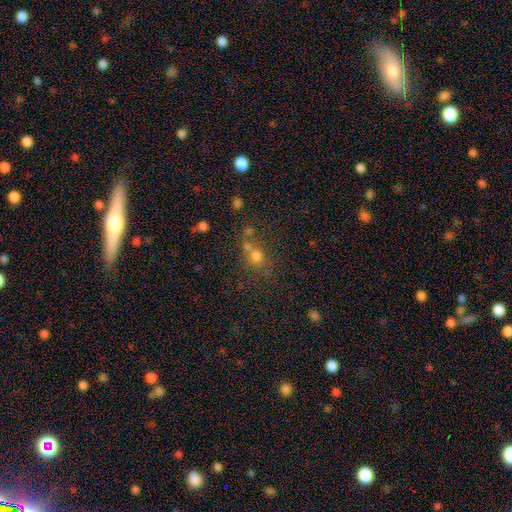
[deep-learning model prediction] The model was most divided on "merging": none: 54%, merger: 31%, minor disturbance: 10%, major disturbance: 5%. More confident: how rounded — round (84%); smooth or featured — smooth (64%).